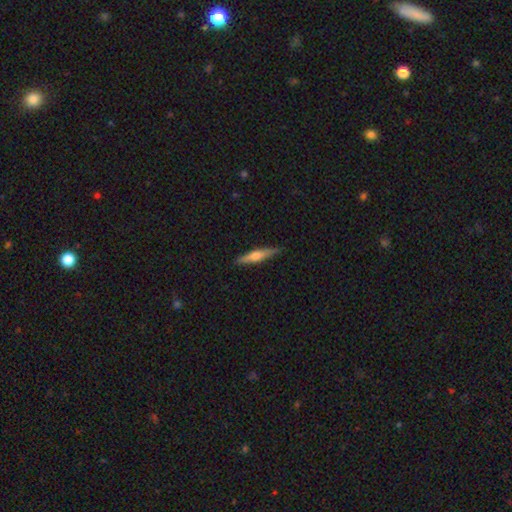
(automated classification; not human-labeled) This appears to be a featured or disk galaxy (49%). Merging: none (87%).